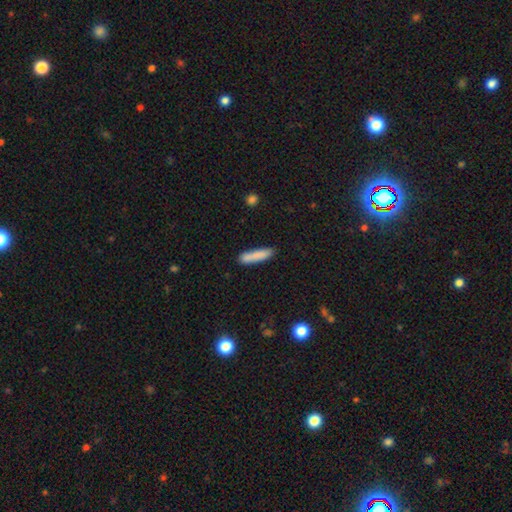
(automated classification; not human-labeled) smooth-or-featured: smooth: 84% | featured or disk: 10% | star or artifact: 6%
  how-rounded: cigar-shaped: 83% | in between: 16% | round: 2%
  merging: none: 79% | minor disturbance: 14% | merger: 4% | major disturbance: 3%